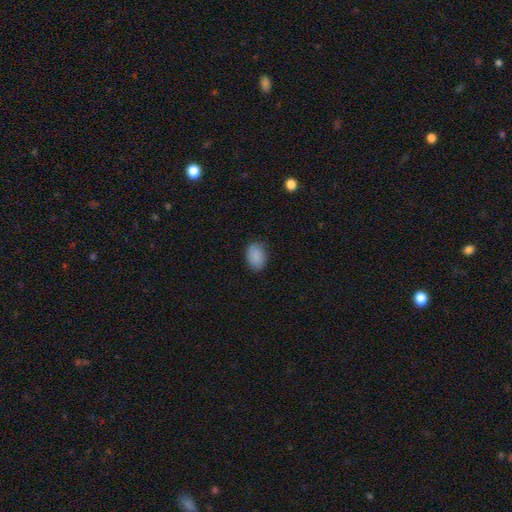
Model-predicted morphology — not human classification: This appears to be a smooth galaxy with no disk features (89%) that is in between round and cigar-shaped (82%). Merging: none (84%).